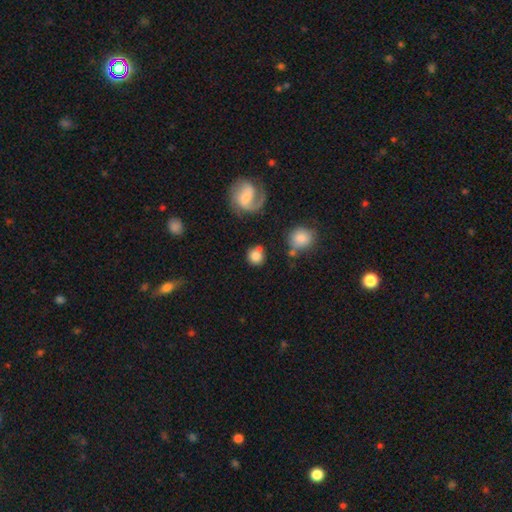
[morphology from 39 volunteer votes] Smooth or featured: smooth — 87% (featured or disk — 8%)
How rounded: round — 91% (in between — 9%)
Merging: none — 73% (merger — 16%)